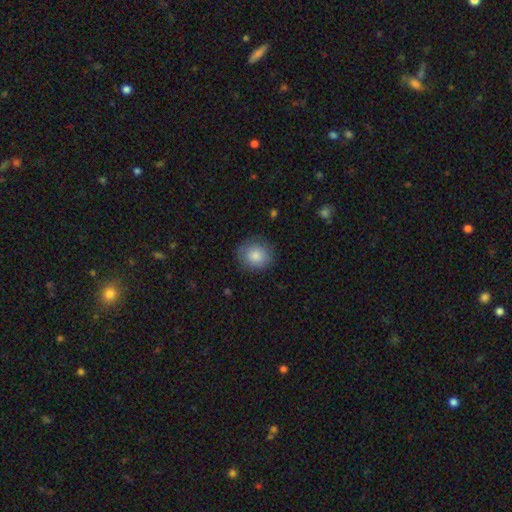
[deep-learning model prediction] Smooth or featured: smooth — 84% (featured or disk — 8%)
How rounded: round — 80% (in between — 19%)
Merging: none — 84% (minor disturbance — 12%)